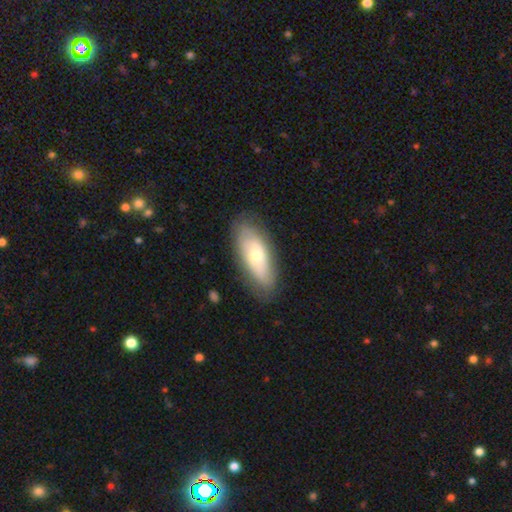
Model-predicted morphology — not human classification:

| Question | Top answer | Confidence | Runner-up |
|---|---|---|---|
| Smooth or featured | smooth | 51% | featured or disk (43%) |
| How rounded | in between | 80% | cigar-shaped (17%) |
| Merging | none | 80% | minor disturbance (15%) |